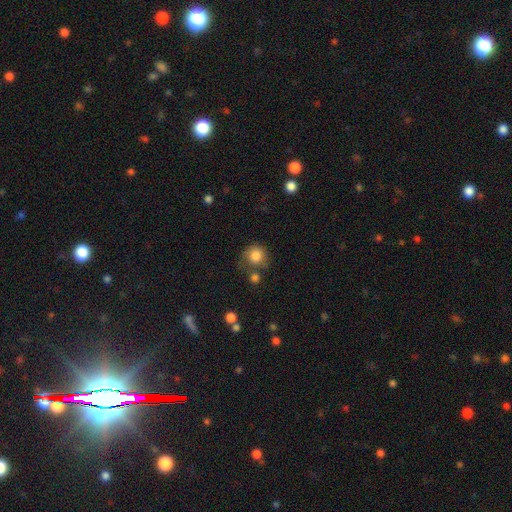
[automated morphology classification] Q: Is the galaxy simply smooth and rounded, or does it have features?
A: smooth — 83%.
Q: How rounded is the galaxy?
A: round — 88%.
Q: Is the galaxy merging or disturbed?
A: none — 56%.